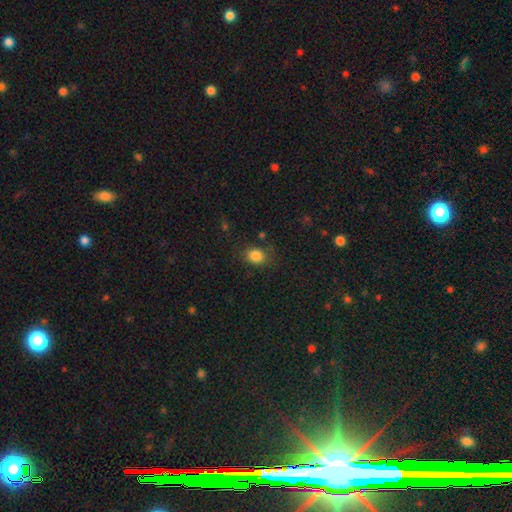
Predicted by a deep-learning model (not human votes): Overall: smooth (84%). How rounded: round (63%; in between 36%). Merging: none (73%).